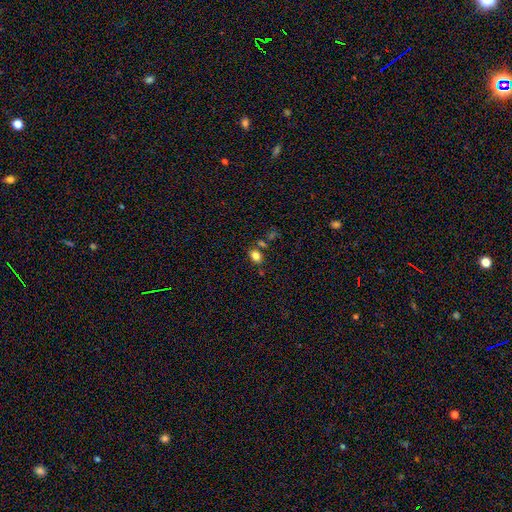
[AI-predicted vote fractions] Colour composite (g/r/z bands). It shows a smooth galaxy with no disk features (81%) that is in between round and cigar-shaped (78%). Merging: none (73%).